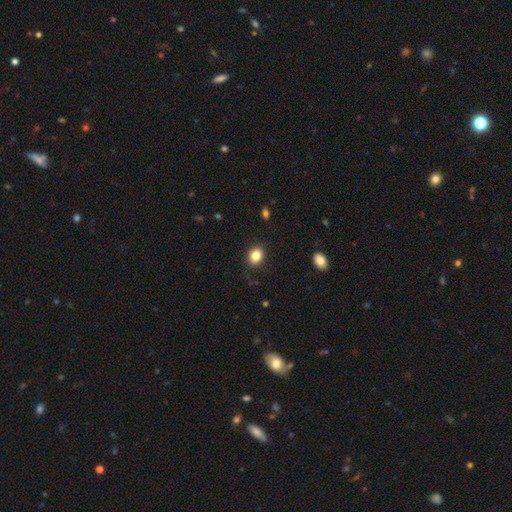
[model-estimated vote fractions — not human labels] Smooth or featured?
  - smooth: 85% *
  - star or artifact: 10%
  - featured or disk: 5%
How rounded?
  - in between: 58% *
  - round: 41%
  - cigar-shaped: 1%
Merging?
  - none: 88% *
  - minor disturbance: 9%
  - major disturbance: 2%
  - merger: 1%